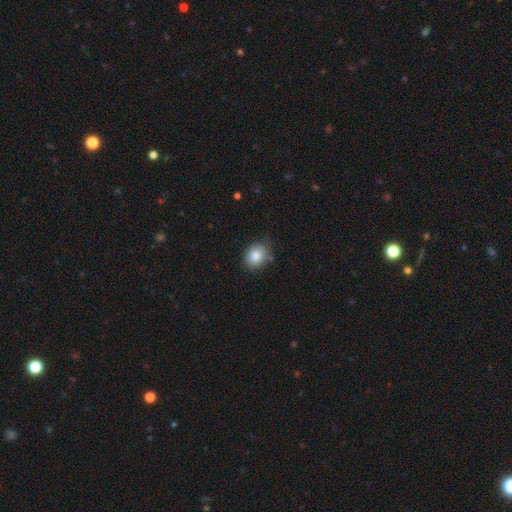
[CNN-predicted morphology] smooth_or_featured: smooth (p=0.85) [alt: star or artifact p=0.08]
how_rounded: round (p=0.52) [alt: in between p=0.47]
merging: none (p=0.77) [alt: minor disturbance p=0.17]